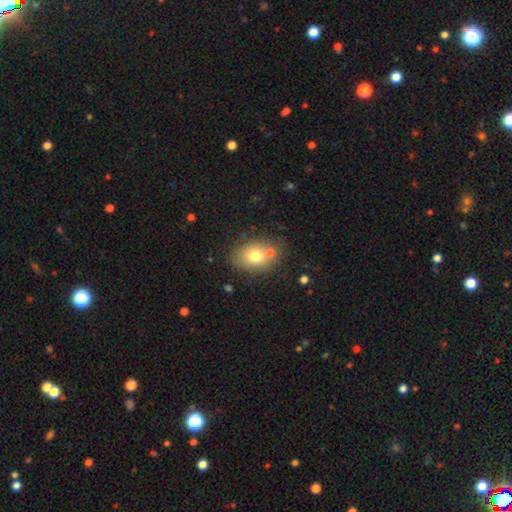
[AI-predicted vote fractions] A smooth galaxy with no disk features (72%) that is in between round and cigar-shaped (66%). Merging: none (62%).